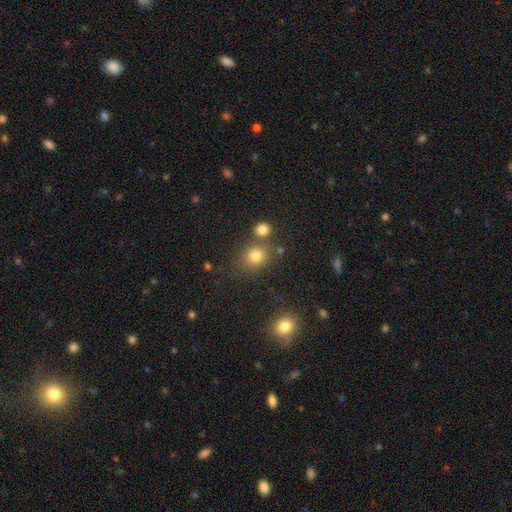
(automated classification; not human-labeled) The model was most divided on "how rounded": round: 68%, in between: 31%, cigar-shaped: 1%. More confident: smooth or featured — smooth (77%); merging — none (72%).